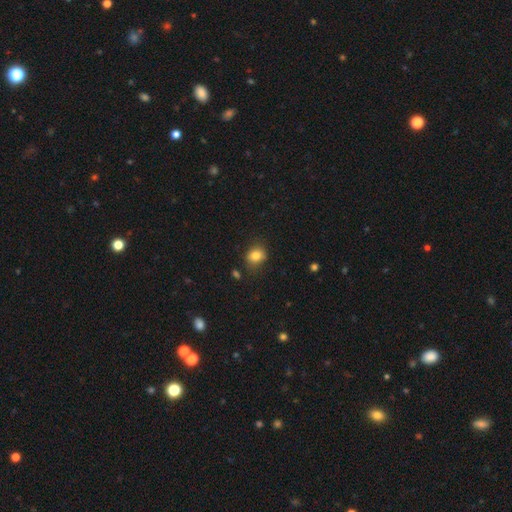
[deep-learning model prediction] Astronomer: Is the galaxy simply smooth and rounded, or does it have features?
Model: smooth — 82%.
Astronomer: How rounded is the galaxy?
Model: round — 59% (runner-up: in between, 40%).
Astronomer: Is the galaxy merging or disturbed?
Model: none — 78%.